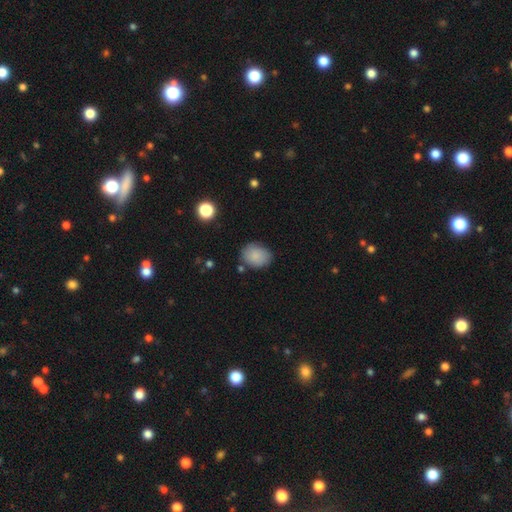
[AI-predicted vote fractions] A smooth galaxy with no disk features (86%) that is in between round and cigar-shaped (58%). Merging: none (77%).